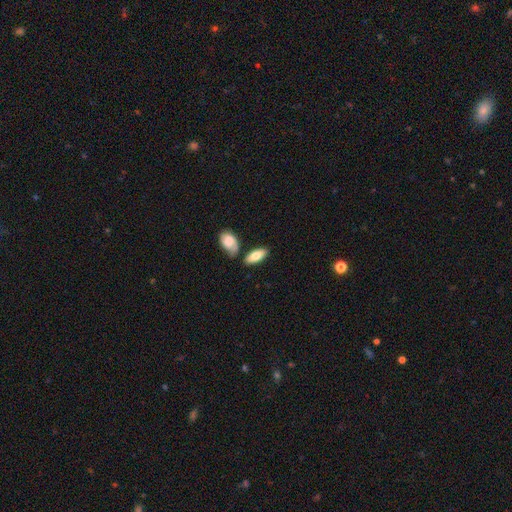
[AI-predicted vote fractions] Smooth or featured? Predicted: smooth (p=0.78). How rounded? Predicted: in between (p=0.86). Merging? Predicted: none (p=0.68).